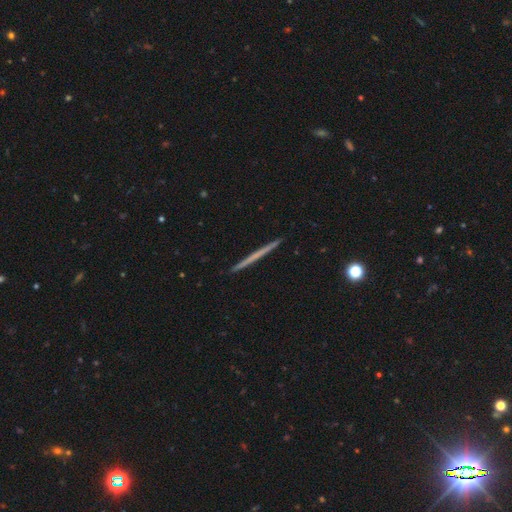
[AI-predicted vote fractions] featured or disk 53%, smooth 42%, star or artifact 5%. Down the decision tree: edge-on disk — yes (98%); edge-on bulge — none (92%); merging — none (94%).